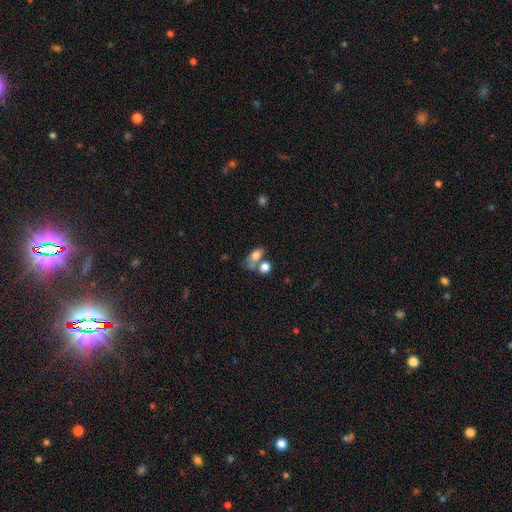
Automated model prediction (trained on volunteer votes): Smooth or featured?
  - smooth: 72% *
  - featured or disk: 18%
  - star or artifact: 10%
How rounded?
  - in between: 82% *
  - round: 13%
  - cigar-shaped: 5%
Merging?
  - merger: 44% *
  - none: 34%
  - minor disturbance: 13%
  - major disturbance: 9%